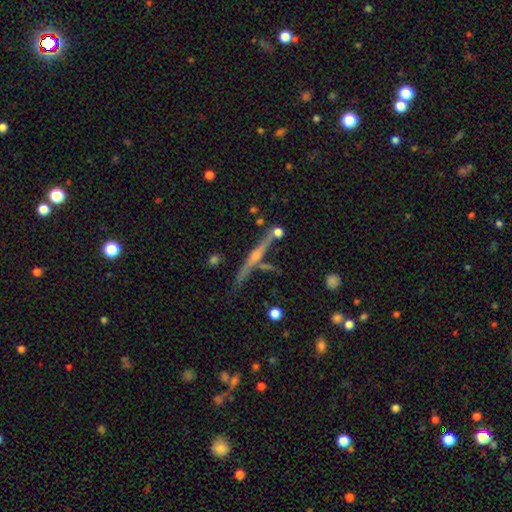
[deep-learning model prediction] smooth_or_featured: featured or disk (p=0.76) [alt: smooth p=0.16]
disk_edge_on: yes (p=0.97) [alt: no p=0.03]
edge_on_bulge: rounded (p=0.80) [alt: none p=0.15]
merging: none (p=0.75) [alt: minor disturbance p=0.13]